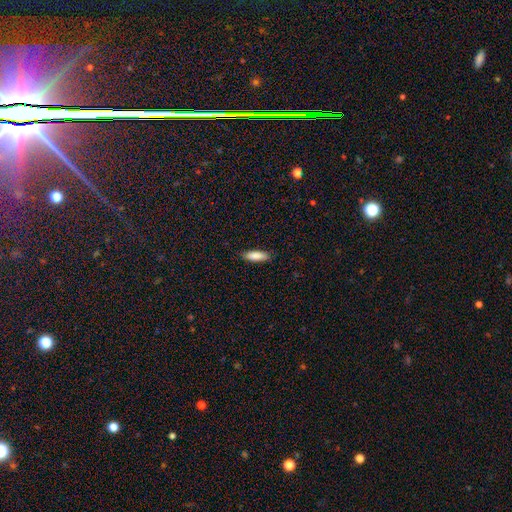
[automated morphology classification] Smooth or featured? smooth (87%)
How rounded? cigar-shaped (50%)
Merging? none (88%)